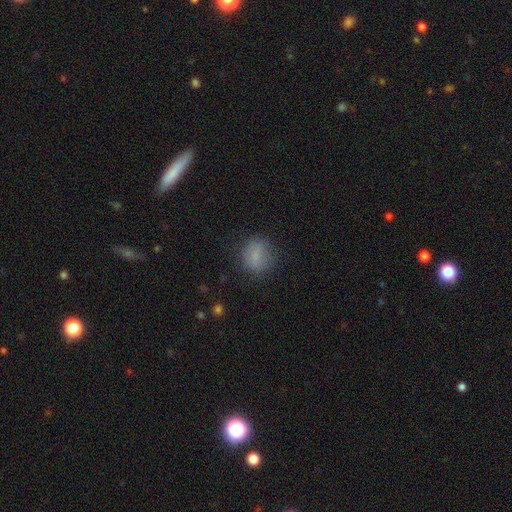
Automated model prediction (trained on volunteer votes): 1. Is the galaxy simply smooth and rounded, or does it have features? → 80% smooth, 10% star or artifact, 10% featured or disk.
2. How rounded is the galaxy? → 77% round, 22% in between, 1% cigar-shaped.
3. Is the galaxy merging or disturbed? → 80% none, 14% minor disturbance, 5% major disturbance, 1% merger.